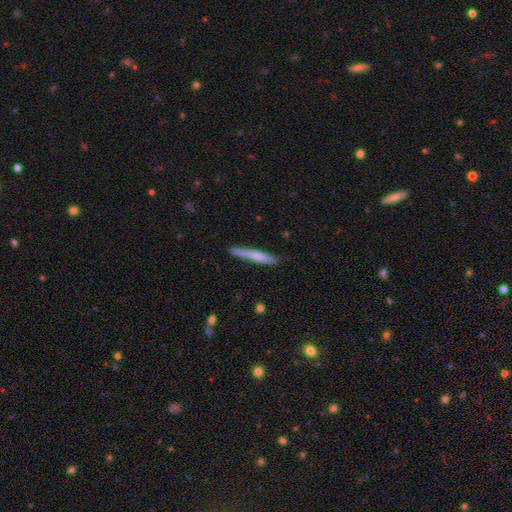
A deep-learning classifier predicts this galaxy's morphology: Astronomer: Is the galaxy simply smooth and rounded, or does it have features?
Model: smooth — 63%.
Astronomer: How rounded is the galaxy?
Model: cigar-shaped — 96%.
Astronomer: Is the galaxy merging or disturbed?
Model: none — 86%.